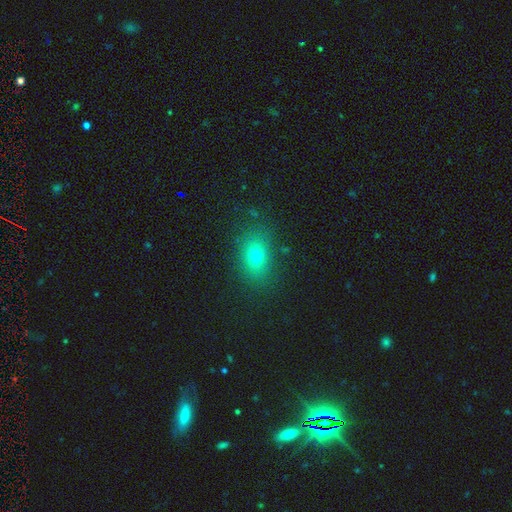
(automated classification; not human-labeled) smooth 73%, star or artifact 15%, featured or disk 11%. Down the decision tree: how rounded — in between (73%); merging — none (83%).